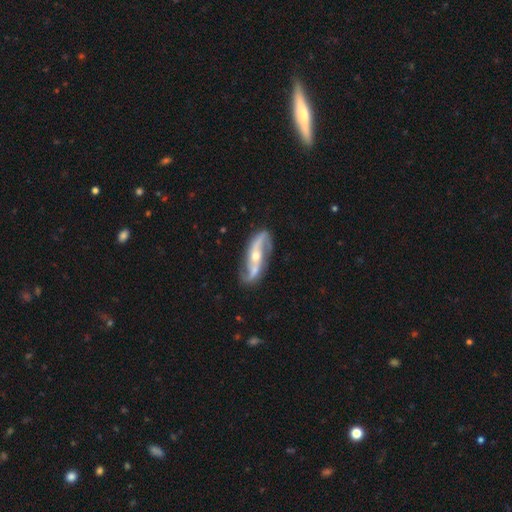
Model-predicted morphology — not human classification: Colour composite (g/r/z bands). It shows a featured or disk galaxy (89%) with no bar (42%), 2 (93%) loose (62%) spiral arms (96%) and a moderate central bulge (53%). Merging: none (74%).